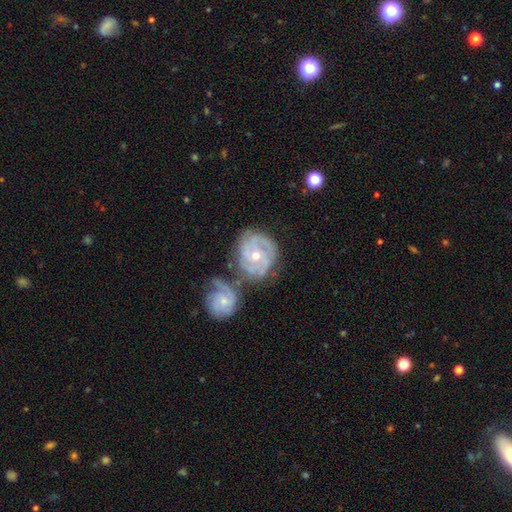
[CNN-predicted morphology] Smooth or featured? Predicted: featured or disk (p=0.84). Edge-on disk? Predicted: no (p=0.97). Bar? Predicted: no (p=0.70). Spiral arms? Predicted: yes (p=0.93). Spiral winding? Predicted: tight (p=0.67). Spiral arm count? Predicted: 3 (p=0.35). Bulge size? Predicted: moderate (p=0.55). Merging? Predicted: none (p=0.47).